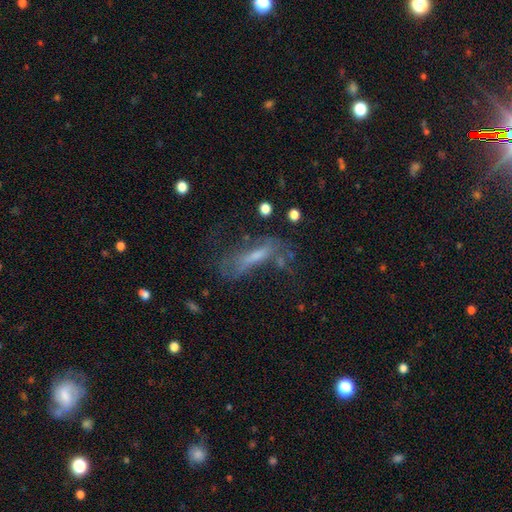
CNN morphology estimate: Q: Smooth or featured?
A: featured or disk (52%); runner-up: smooth (34%)
Q: Edge-on disk?
A: no (67%); runner-up: yes (33%)
Q: Merging?
A: none (42%); runner-up: major disturbance (29%)